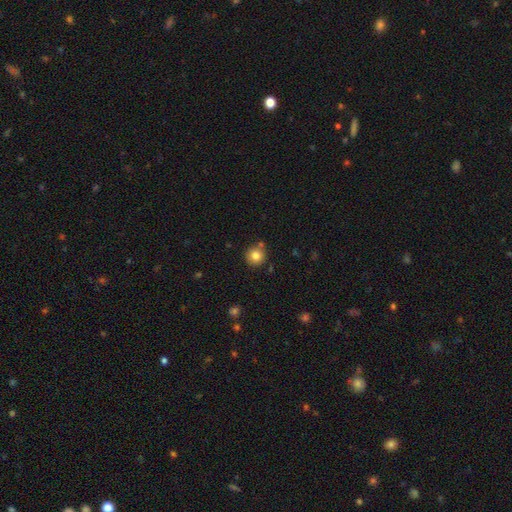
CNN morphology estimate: smooth-or-featured: smooth: 81% | star or artifact: 11% | featured or disk: 8%
  how-rounded: round: 94% | in between: 6% | cigar-shaped: 1%
  merging: none: 81% | minor disturbance: 10% | merger: 7% | major disturbance: 2%